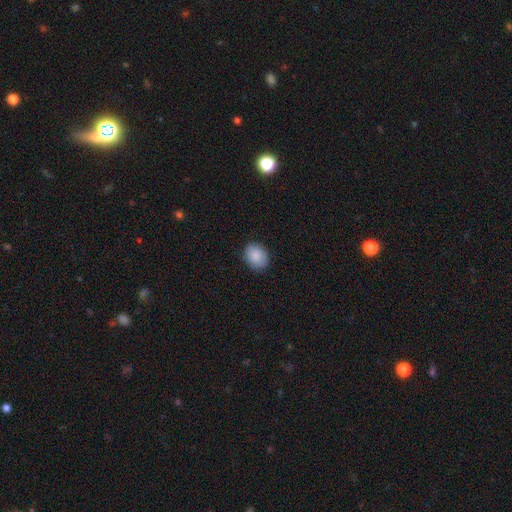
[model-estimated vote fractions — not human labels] Morphology: type=smooth (88%); roundness=in between (52%); merging=none (88%).